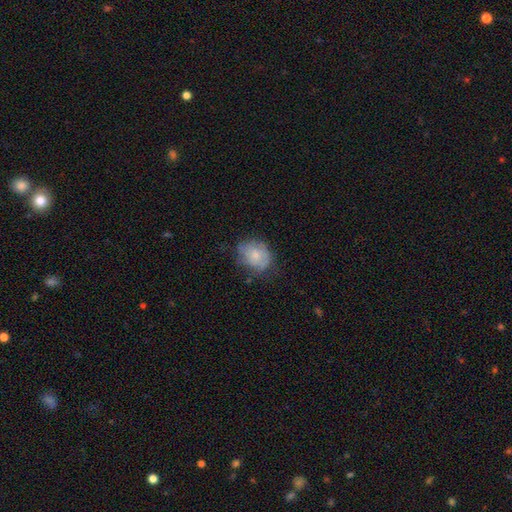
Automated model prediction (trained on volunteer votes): This appears to be a smooth galaxy with no disk features (66%) that is round (50%). Merging: none (54%).